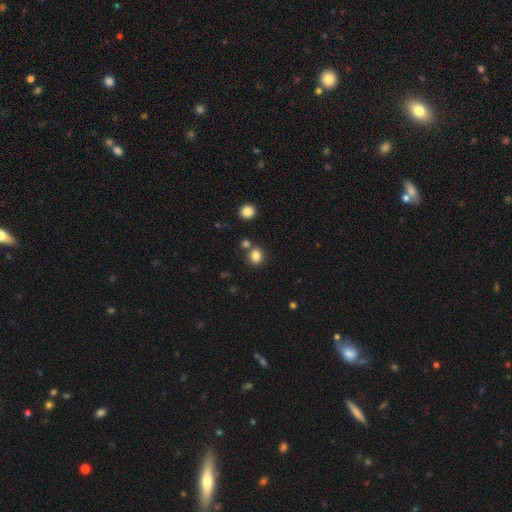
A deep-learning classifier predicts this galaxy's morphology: Smooth or featured?
  - smooth: 83% *
  - star or artifact: 12%
  - featured or disk: 5%
How rounded?
  - round: 66% *
  - in between: 33%
  - cigar-shaped: 1%
Merging?
  - none: 72% *
  - merger: 15%
  - minor disturbance: 10%
  - major disturbance: 3%